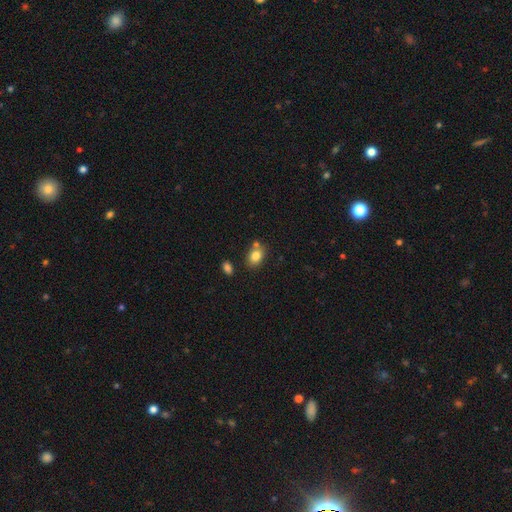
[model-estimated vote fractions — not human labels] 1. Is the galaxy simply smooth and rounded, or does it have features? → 82% smooth, 10% star or artifact, 8% featured or disk.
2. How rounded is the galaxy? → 70% in between, 29% round, 1% cigar-shaped.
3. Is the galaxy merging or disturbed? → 64% none, 18% merger, 14% minor disturbance, 4% major disturbance.